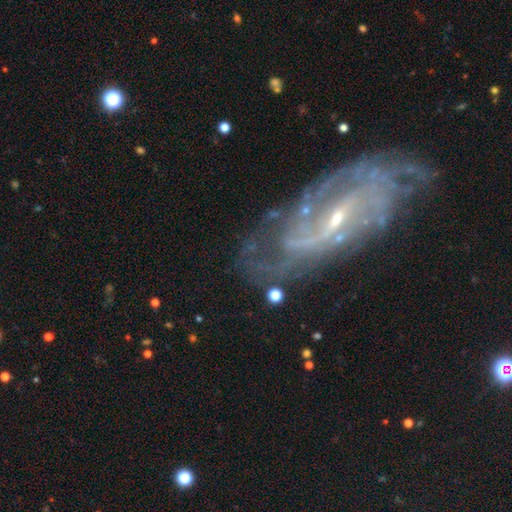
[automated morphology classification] This is clearly a featured or disk galaxy (85%). It is clearly not viewed edge-on (92%). Bar: marginally weak (45%). Spiral arm pattern: clearly yes (91%). Spiral arm count: marginally 2 (39%). Spiral winding: marginally medium (40%). Central bulge: likely small (78%). Merging: likely none (64%).